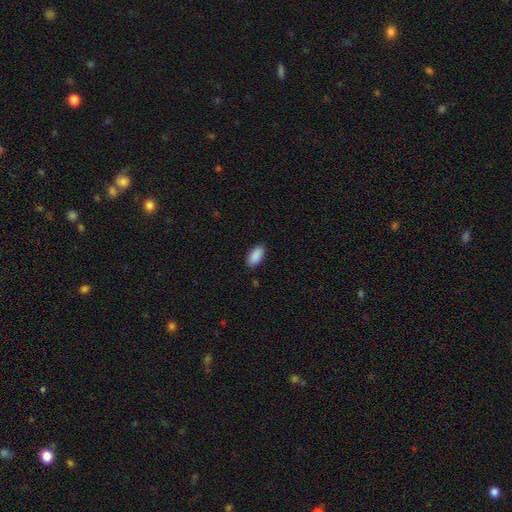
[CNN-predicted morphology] This appears to be a smooth galaxy with no disk features (91%) that is in between round and cigar-shaped (94%). Merging: none (87%).